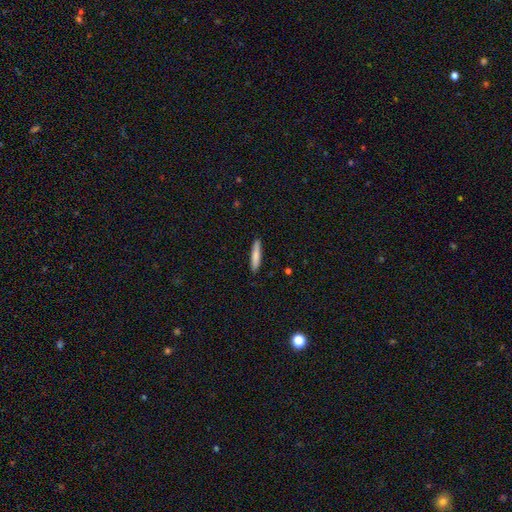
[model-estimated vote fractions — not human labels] Smooth or featured? Predicted: smooth (p=0.80). How rounded? Predicted: cigar-shaped (p=0.89). Merging? Predicted: none (p=0.90).